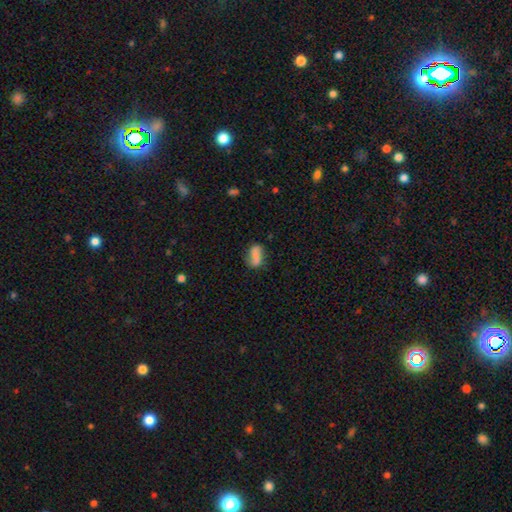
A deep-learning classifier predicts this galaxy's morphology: This appears to be a smooth galaxy with no disk features (60%) that is in between round and cigar-shaped (83%). Merging: none (58%).